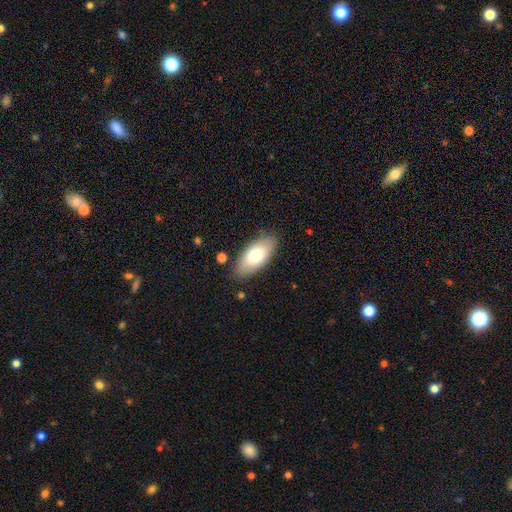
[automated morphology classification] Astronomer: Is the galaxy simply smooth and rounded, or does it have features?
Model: smooth — 73%.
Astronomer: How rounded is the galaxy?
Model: in between — 88%.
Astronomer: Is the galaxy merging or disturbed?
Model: none — 84%.